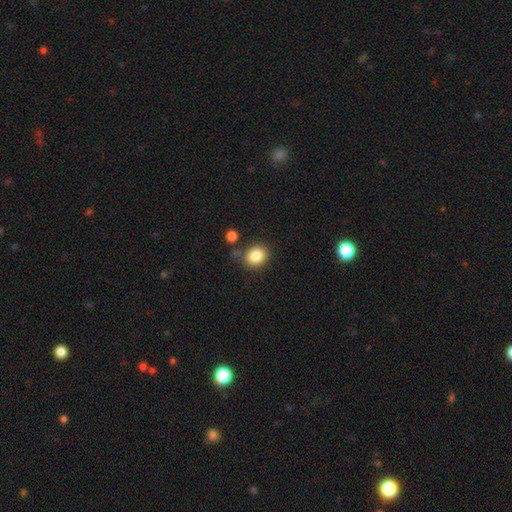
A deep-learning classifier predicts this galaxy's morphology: smooth_or_featured: smooth (p=0.85) [alt: star or artifact p=0.09]
how_rounded: round (p=0.56) [alt: in between p=0.43]
merging: none (p=0.75) [alt: minor disturbance p=0.13]